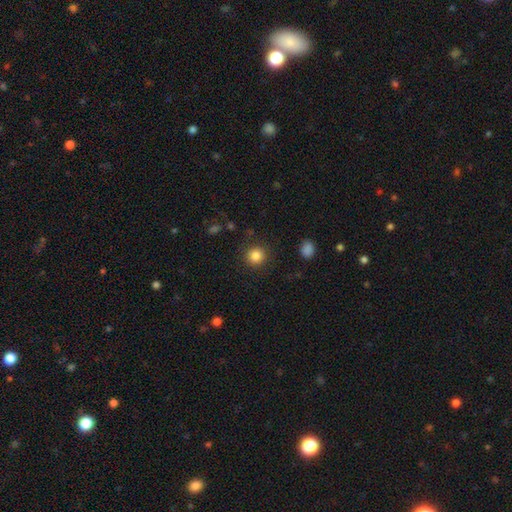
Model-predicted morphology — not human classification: Q: Smooth or featured?
A: smooth (85%); runner-up: star or artifact (11%)
Q: How rounded?
A: round (93%); runner-up: in between (6%)
Q: Merging?
A: none (89%); runner-up: minor disturbance (7%)